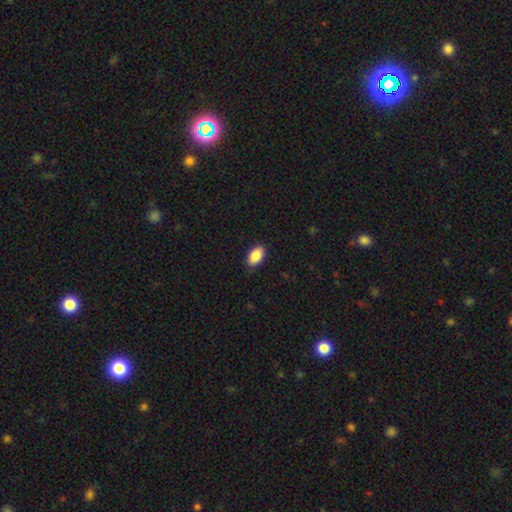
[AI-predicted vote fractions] Overall: smooth (89%). How rounded: in between (93%). Merging: none (87%).